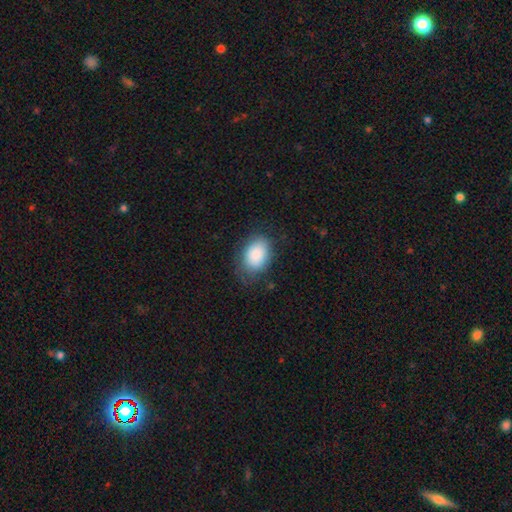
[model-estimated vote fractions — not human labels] Smooth or featured? smooth (86%)
How rounded? in between (82%)
Merging? none (70%)